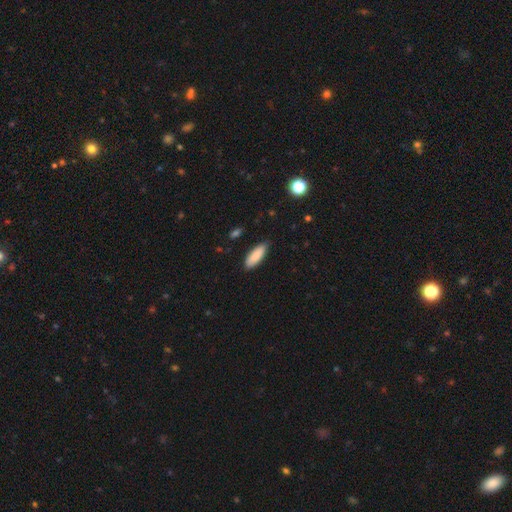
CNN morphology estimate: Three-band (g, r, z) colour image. It shows a smooth galaxy with no disk features (88%) that is in between round and cigar-shaped (67%). Merging: none (84%).